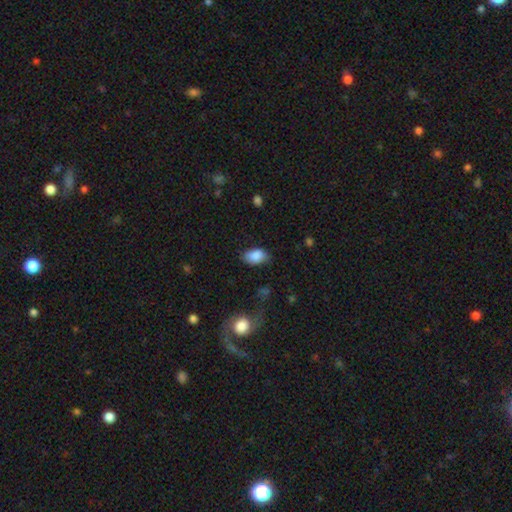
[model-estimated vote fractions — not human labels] Morphology: type=smooth (87%); roundness=in between (92%); merging=none (75%).